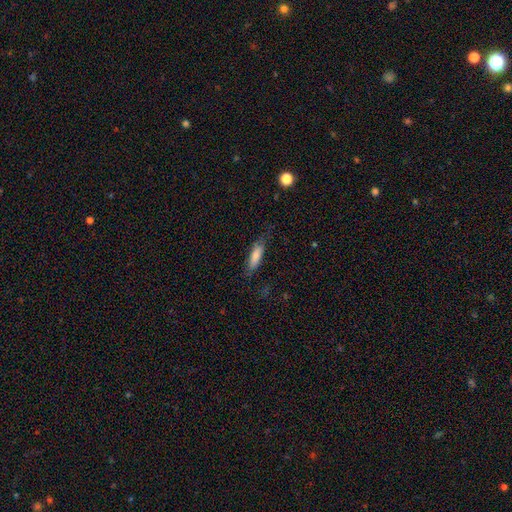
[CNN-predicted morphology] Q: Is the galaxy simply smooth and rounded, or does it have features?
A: smooth — 77%.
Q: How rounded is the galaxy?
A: cigar-shaped — 56%.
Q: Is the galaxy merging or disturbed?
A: none — 68%.